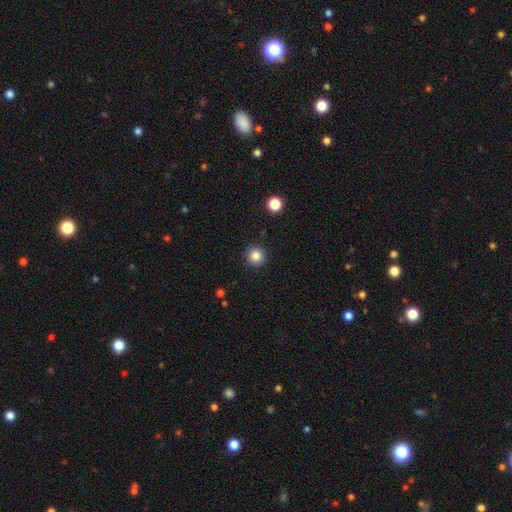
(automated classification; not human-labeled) Smooth or featured: smooth — 84% (star or artifact — 11%)
How rounded: round — 95% (in between — 4%)
Merging: none — 92% (minor disturbance — 5%)